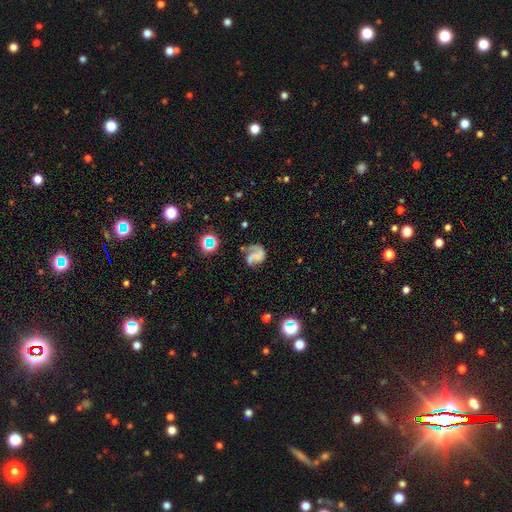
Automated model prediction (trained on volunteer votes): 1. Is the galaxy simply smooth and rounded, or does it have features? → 64% featured or disk, 23% smooth, 13% star or artifact.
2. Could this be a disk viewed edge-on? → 98% no, 2% yes.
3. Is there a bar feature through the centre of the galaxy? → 70% no, 22% weak, 8% strong.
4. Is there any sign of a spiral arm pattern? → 84% yes, 16% no.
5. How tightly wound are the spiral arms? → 46% loose, 36% medium, 18% tight.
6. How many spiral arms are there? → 45% 2, 40% 1, 7% can't tell, 4% 3, 1% 4, 1% more than 4.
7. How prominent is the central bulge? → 72% none, 14% small, 7% moderate, 4% large, 3% dominant.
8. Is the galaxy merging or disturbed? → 42% none, 31% major disturbance, 21% minor disturbance, 6% merger.